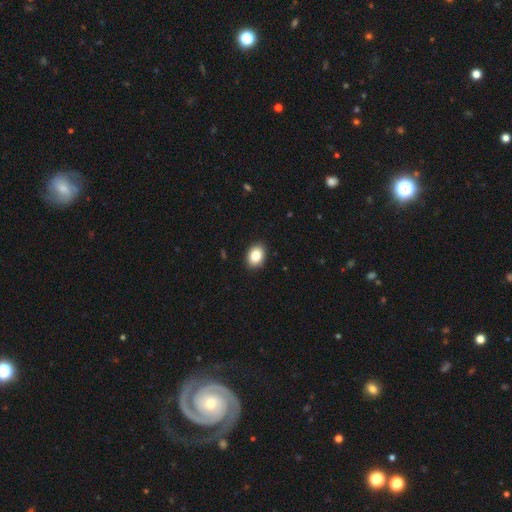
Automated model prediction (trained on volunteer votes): Smooth or featured: smooth — 86% (star or artifact — 8%)
How rounded: in between — 72% (round — 27%)
Merging: none — 91% (minor disturbance — 7%)